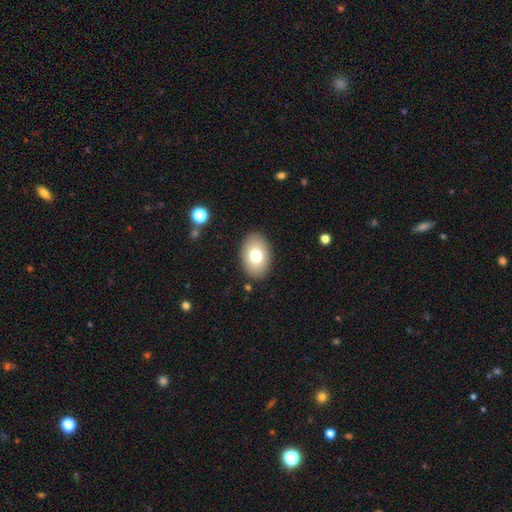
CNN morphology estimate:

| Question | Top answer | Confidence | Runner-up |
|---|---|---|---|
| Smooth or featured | smooth | 75% | featured or disk (16%) |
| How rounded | in between | 85% | round (14%) |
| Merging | none | 88% | minor disturbance (8%) |